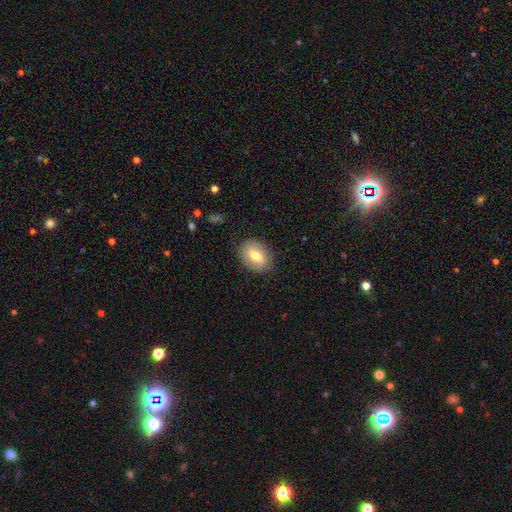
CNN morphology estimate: Overall: smooth (66%; featured or disk 27%). How rounded: in between (71%). Merging: none (83%).